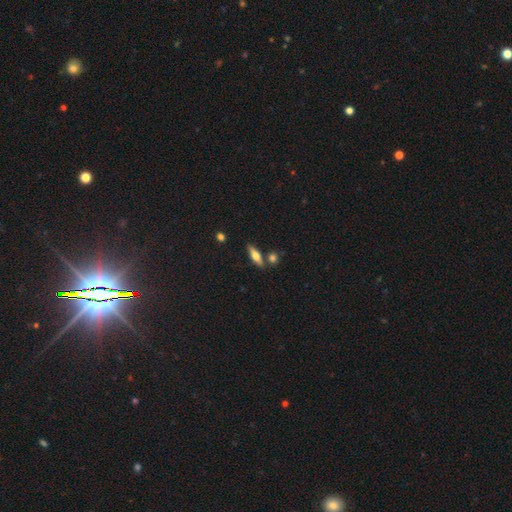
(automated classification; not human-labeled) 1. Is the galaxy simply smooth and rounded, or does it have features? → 50% featured or disk, 43% smooth, 7% star or artifact.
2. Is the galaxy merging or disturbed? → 78% none, 10% merger, 9% minor disturbance, 3% major disturbance.